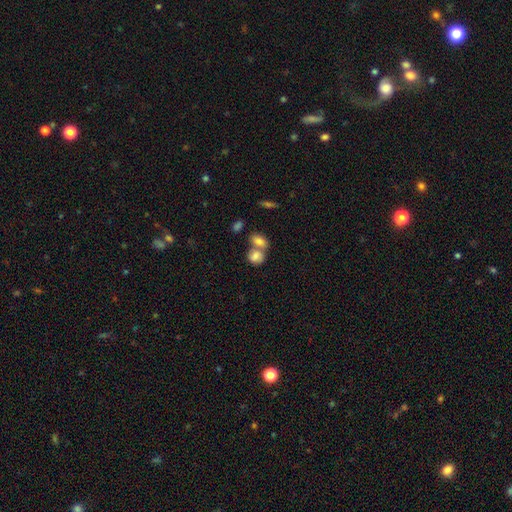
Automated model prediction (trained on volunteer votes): The model was most divided on "how rounded": in between: 58%, round: 40%, cigar-shaped: 2%. More confident: smooth or featured — smooth (80%); merging — merger (59%).